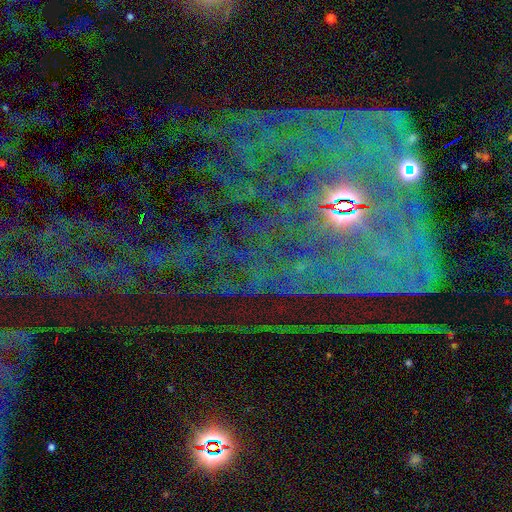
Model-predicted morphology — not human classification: The model was most divided on "smooth or featured": star or artifact: 74%, featured or disk: 16%, smooth: 9%.